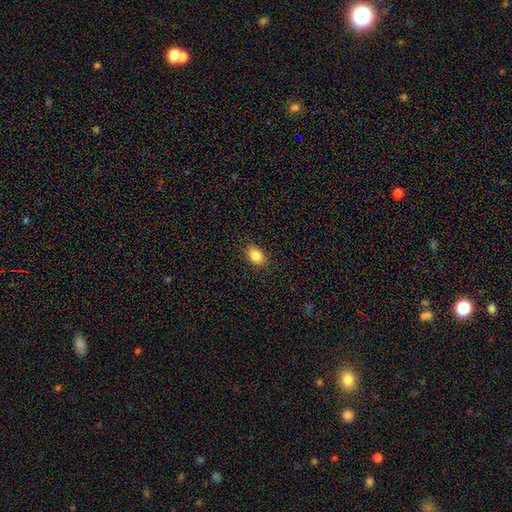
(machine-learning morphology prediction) Smooth or featured: smooth — 85% (star or artifact — 9%)
How rounded: in between — 78% (round — 21%)
Merging: none — 87% (minor disturbance — 9%)